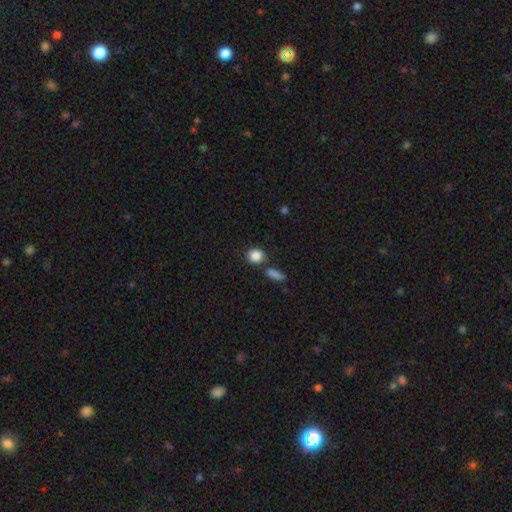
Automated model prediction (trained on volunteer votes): smooth_or_featured: smooth (p=0.86) [alt: star or artifact p=0.09]
how_rounded: round (p=0.75) [alt: in between p=0.23]
merging: none (p=0.72) [alt: merger p=0.13]